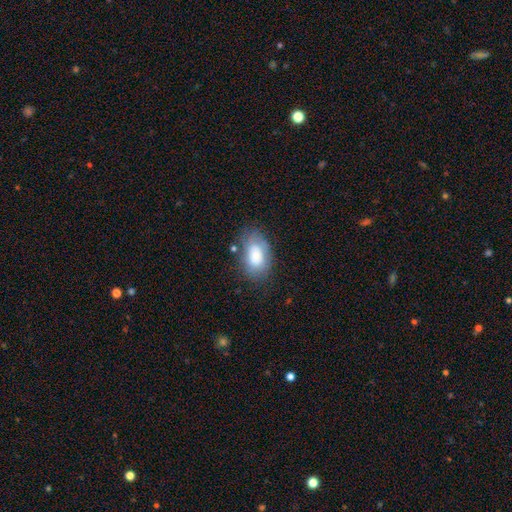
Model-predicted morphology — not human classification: smooth 72%, featured or disk 19%, star or artifact 8%. Down the decision tree: how rounded — in between (91%); merging — none (63%).